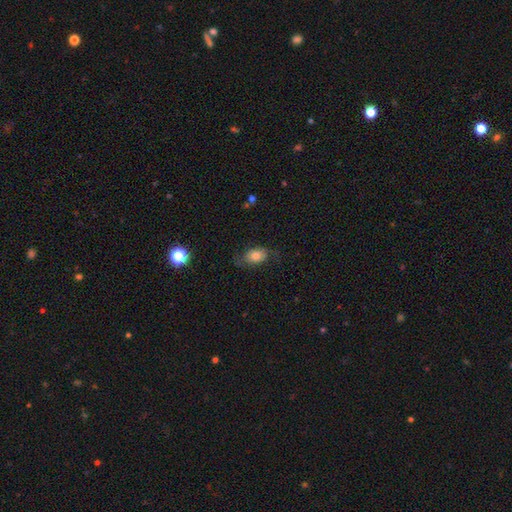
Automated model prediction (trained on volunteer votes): Overall: smooth (62%; featured or disk 28%). How rounded: in between (82%). Merging: none (62%; minor disturbance 23%).